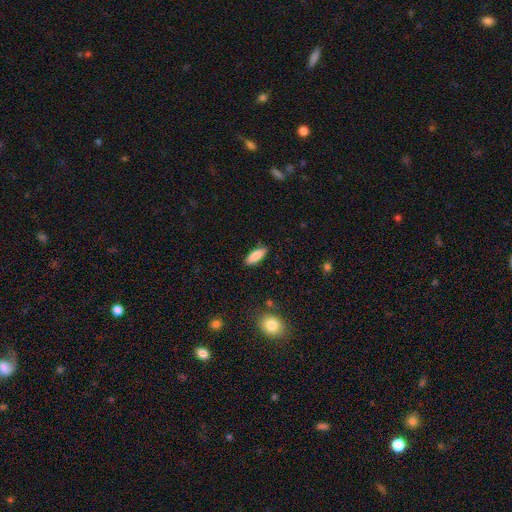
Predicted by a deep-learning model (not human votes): Smooth or featured? Predicted: smooth (p=0.85). How rounded? Predicted: in between (p=0.70). Merging? Predicted: none (p=0.87).